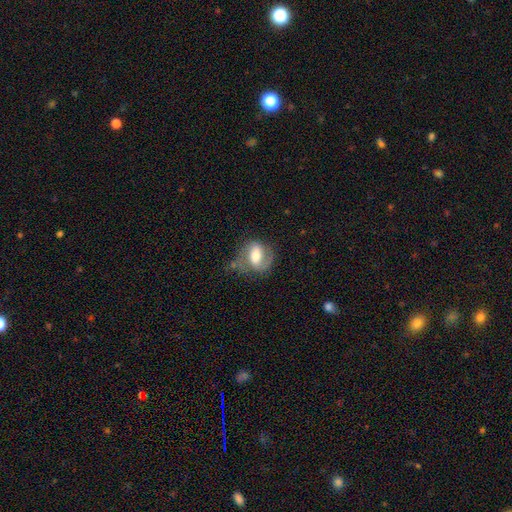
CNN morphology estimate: Q: Smooth or featured?
A: featured or disk (58%); runner-up: smooth (35%)
Q: Edge-on disk?
A: no (95%); runner-up: yes (5%)
Q: Bar?
A: weak (40%); runner-up: strong (35%)
Q: Spiral arms?
A: yes (78%); runner-up: no (22%)
Q: Bulge size?
A: moderate (61%); runner-up: large (20%)
Q: Merging?
A: none (54%); runner-up: minor disturbance (25%)